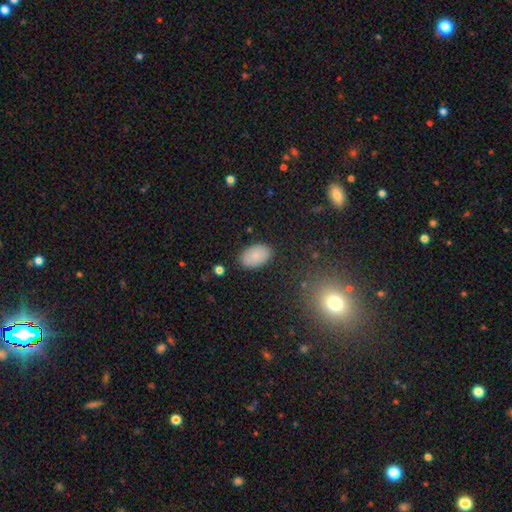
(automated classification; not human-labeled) Smooth or featured? Predicted: smooth (p=0.81). How rounded? Predicted: in between (p=0.90). Merging? Predicted: none (p=0.87).